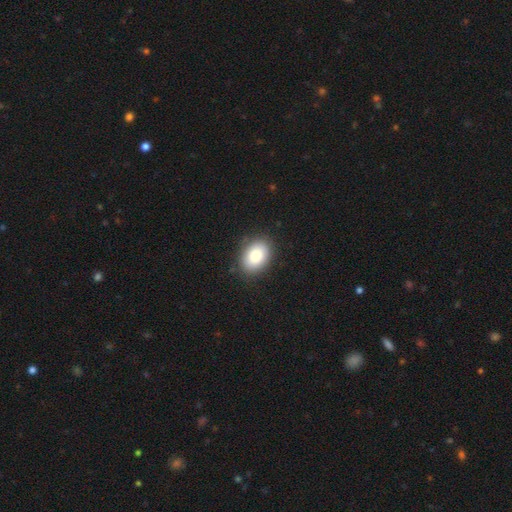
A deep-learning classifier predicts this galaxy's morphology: type=smooth (82%); roundness=in between (79%); merging=none (87%).